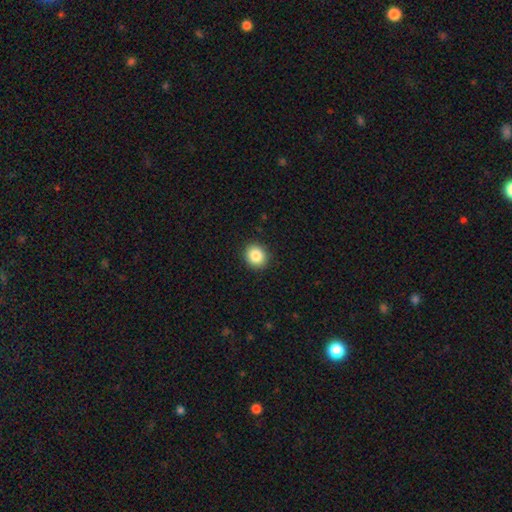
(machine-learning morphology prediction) A smooth galaxy with no disk features (86%) that is round (78%).

Vote fractions:
- Smooth or featured? smooth: 86% / star or artifact: 9% / featured or disk: 5%
- How rounded? round: 78% / in between: 21% / cigar-shaped: 1%
- Merging? none: 92% / minor disturbance: 6% / major disturbance: 2% / merger: 1%